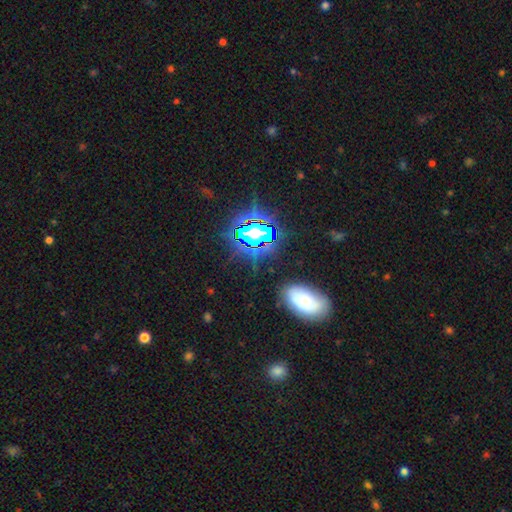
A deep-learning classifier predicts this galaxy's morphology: Smooth or featured?
  - star or artifact: 66% *
  - smooth: 22%
  - featured or disk: 12%